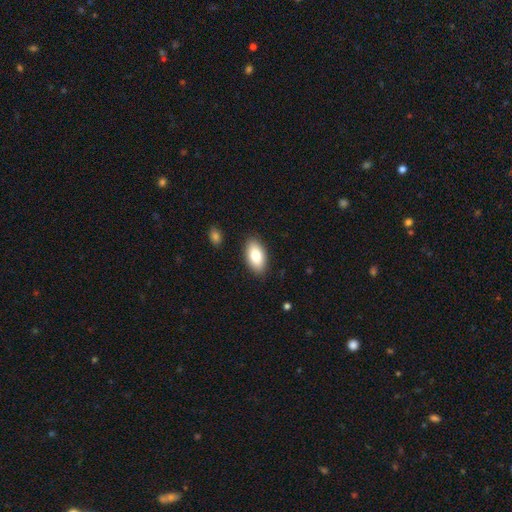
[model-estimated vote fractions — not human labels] A smooth galaxy with no disk features (82%) that is in between round and cigar-shaped (93%). Merging: none (88%).